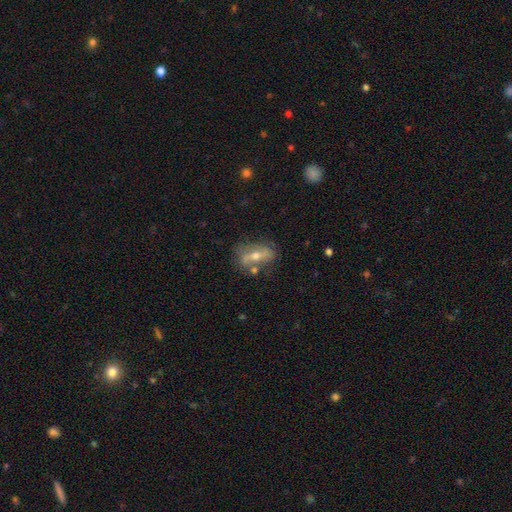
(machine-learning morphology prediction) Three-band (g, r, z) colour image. It shows a featured or disk galaxy (60%). Merging: none (64%).